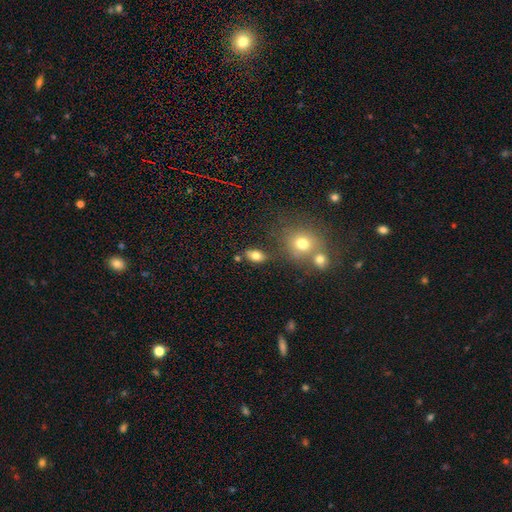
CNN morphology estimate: A smooth galaxy with no disk features (77%) that is in between round and cigar-shaped (83%). Merging: none (73%).